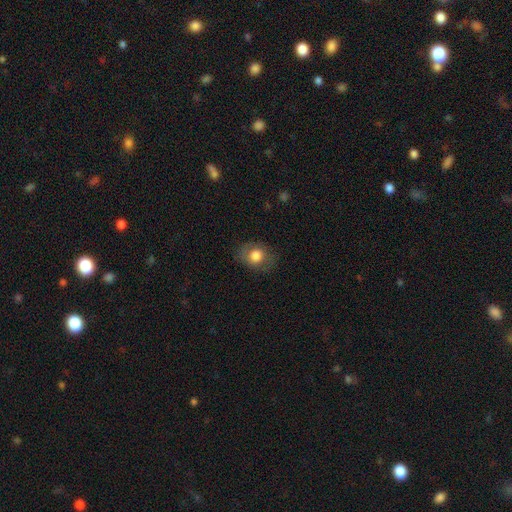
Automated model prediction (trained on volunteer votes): The model was most divided on "how rounded": round: 53%, in between: 46%, cigar-shaped: 1%. More confident: merging — none (76%); smooth or featured — smooth (74%).